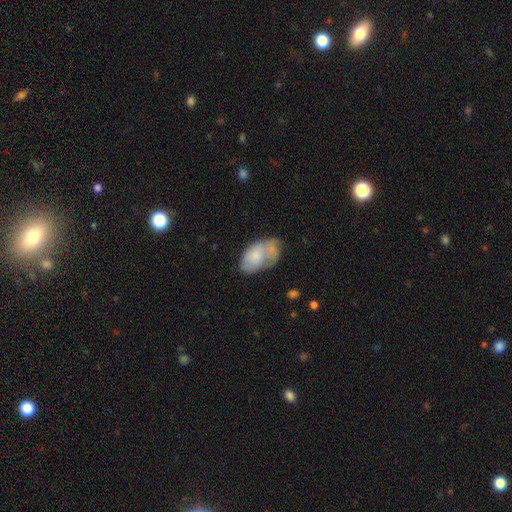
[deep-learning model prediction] A smooth galaxy with no disk features (70%) that is in between round and cigar-shaped (93%). Merging: minor disturbance (29%).